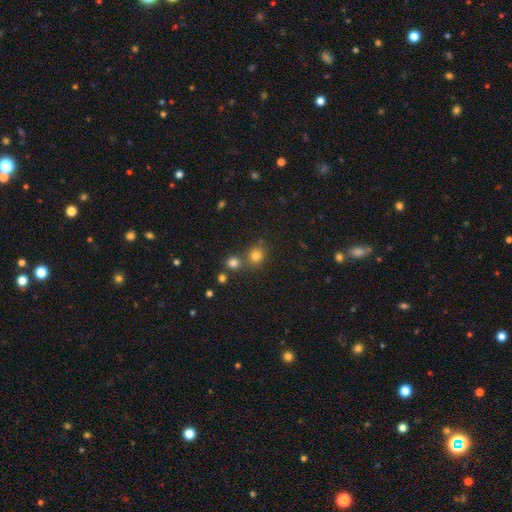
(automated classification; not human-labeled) Smooth or featured? smooth (77%)
How rounded? round (80%)
Merging? none (61%)